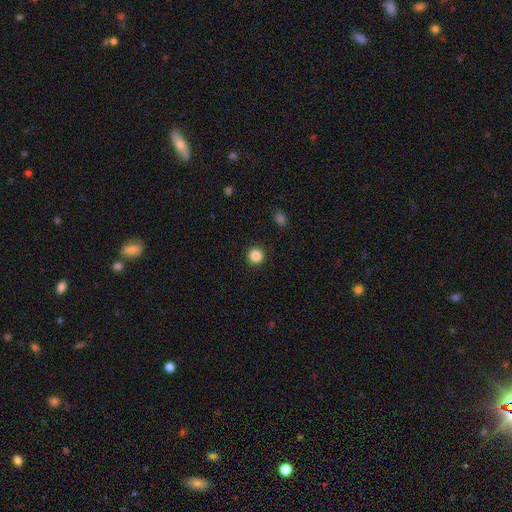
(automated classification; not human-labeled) Smooth or featured: smooth — 86% (star or artifact — 10%)
How rounded: round — 95% (in between — 4%)
Merging: none — 93% (minor disturbance — 5%)